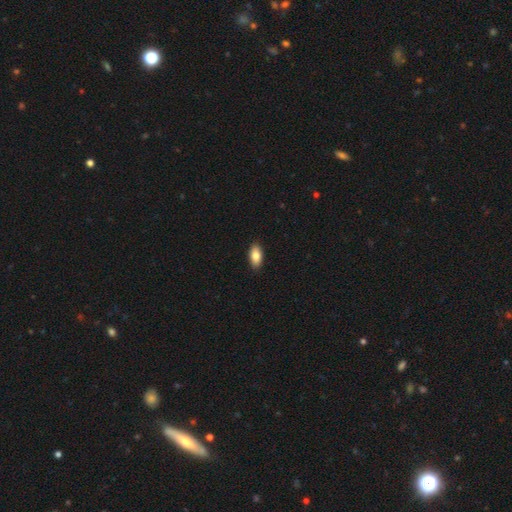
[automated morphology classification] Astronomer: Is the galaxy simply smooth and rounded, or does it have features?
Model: smooth — 85%.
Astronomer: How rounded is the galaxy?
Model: in between — 92%.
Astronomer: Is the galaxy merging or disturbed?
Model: none — 90%.